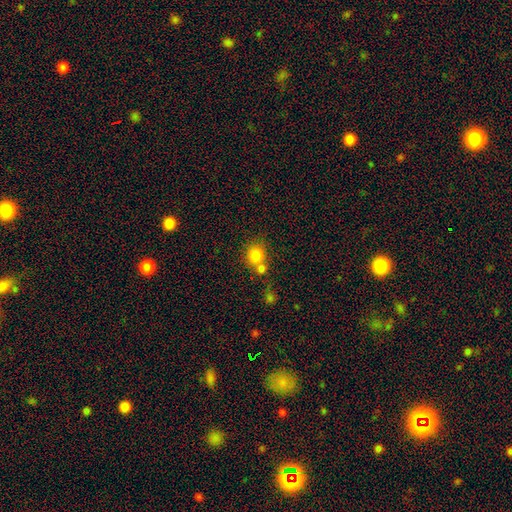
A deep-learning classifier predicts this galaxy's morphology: A smooth galaxy with no disk features (81%) that is round (81%). Merging: none (52%).